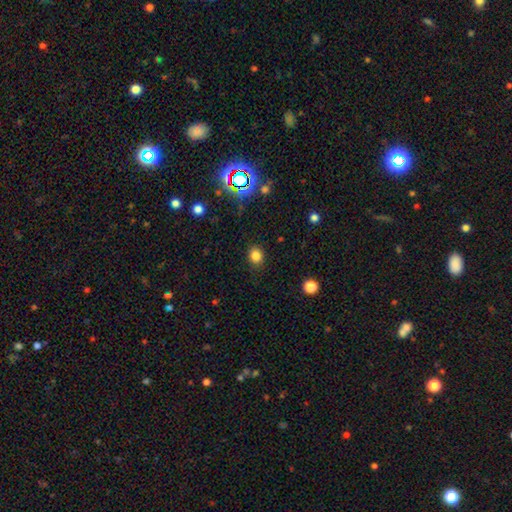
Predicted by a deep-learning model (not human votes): A smooth galaxy with no disk features (81%) that is round (59%). Merging: none (87%).